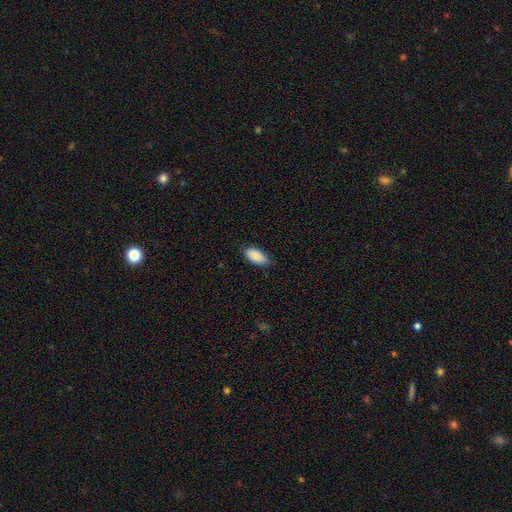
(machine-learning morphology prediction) smooth 87%, featured or disk 7%, star or artifact 6%. Down the decision tree: how rounded — in between (93%); merging — none (76%).